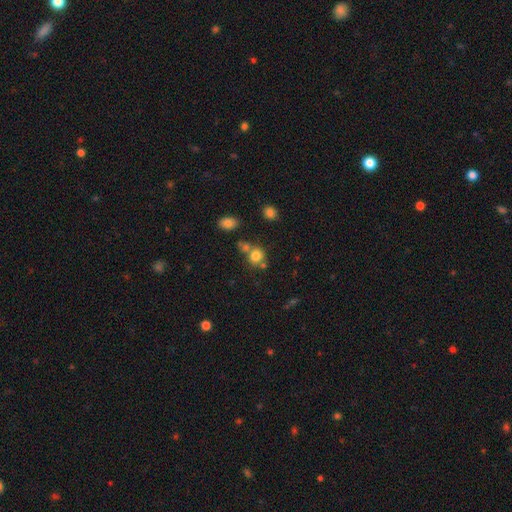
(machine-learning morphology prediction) smooth 79%, star or artifact 14%, featured or disk 8%. Down the decision tree: how rounded — round (82%); merging — none (58%).